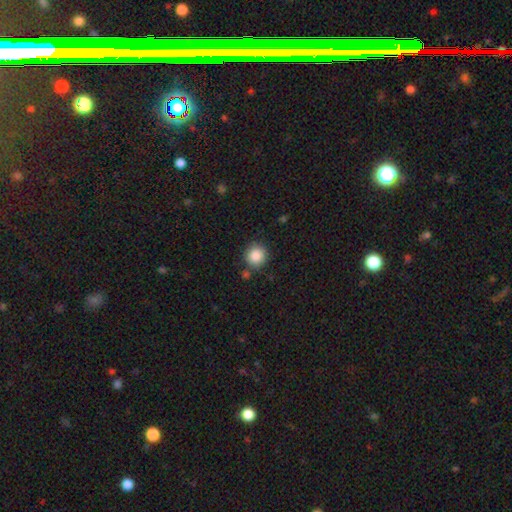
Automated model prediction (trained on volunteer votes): This appears to be a smooth galaxy with no disk features (87%) that is round (91%). Merging: none (82%).